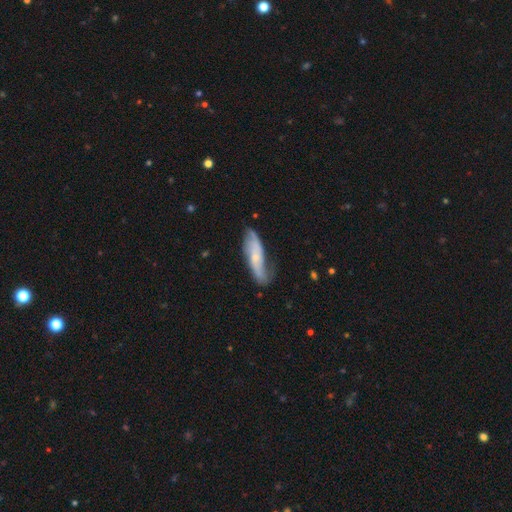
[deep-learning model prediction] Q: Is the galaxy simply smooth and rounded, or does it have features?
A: featured or disk — 59%.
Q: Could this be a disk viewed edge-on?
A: no — 76%.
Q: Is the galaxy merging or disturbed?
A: none — 62%.